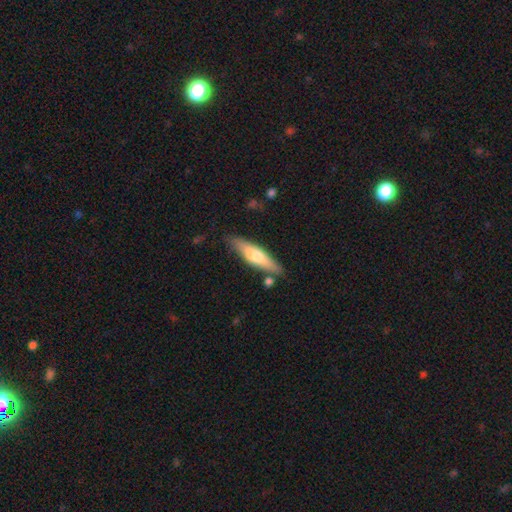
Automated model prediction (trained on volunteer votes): smooth 56%, featured or disk 39%, star or artifact 6%. Down the decision tree: how rounded — cigar-shaped (73%); merging — none (79%).